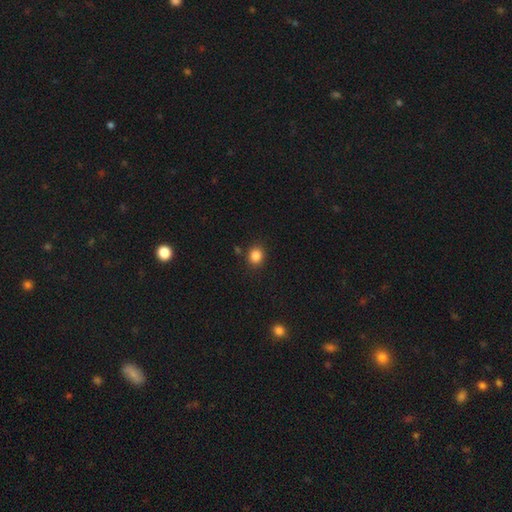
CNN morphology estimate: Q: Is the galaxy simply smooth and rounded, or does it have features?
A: smooth — 85%.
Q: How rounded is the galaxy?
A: round — 73%.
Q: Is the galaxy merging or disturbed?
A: none — 86%.